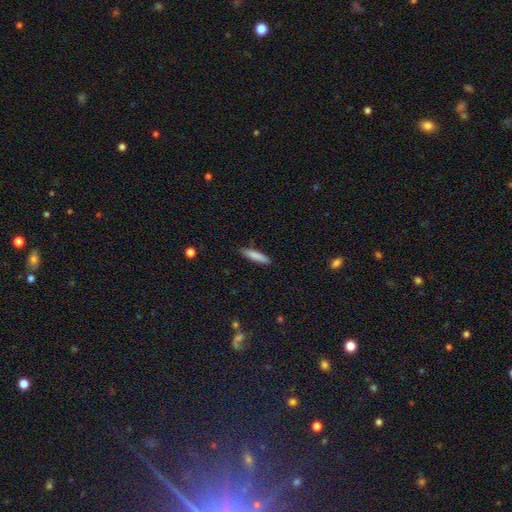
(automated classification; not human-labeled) Smooth or featured? Predicted: smooth (p=0.84). How rounded? Predicted: cigar-shaped (p=0.82). Merging? Predicted: none (p=0.84).